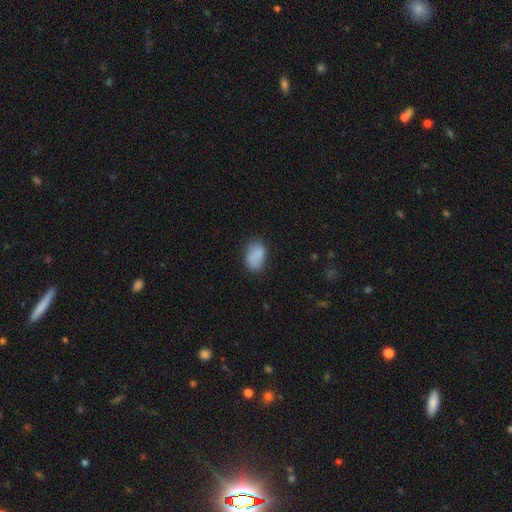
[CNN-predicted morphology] Smooth or featured: smooth — 84% (featured or disk — 8%)
How rounded: in between — 83% (round — 15%)
Merging: none — 70% (minor disturbance — 22%)